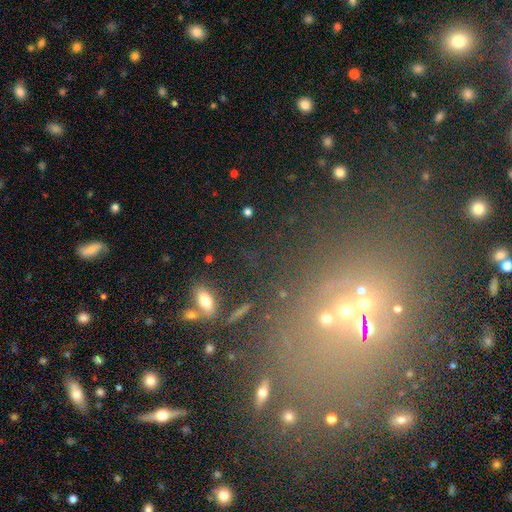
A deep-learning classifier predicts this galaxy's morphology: star or artifact 60%, smooth 25%, featured or disk 14%.